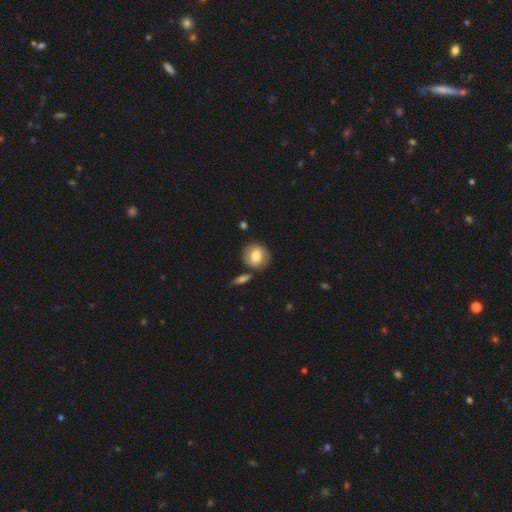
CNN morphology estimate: Q: Smooth or featured?
A: smooth (66%); runner-up: featured or disk (27%)
Q: How rounded?
A: round (79%); runner-up: in between (20%)
Q: Merging?
A: none (77%); runner-up: minor disturbance (12%)